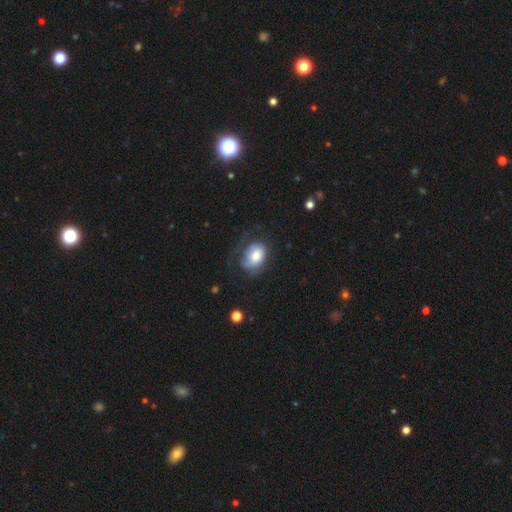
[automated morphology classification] This appears to be a smooth galaxy with no disk features (57%) that is in between round and cigar-shaped (67%). Merging: none (47%).